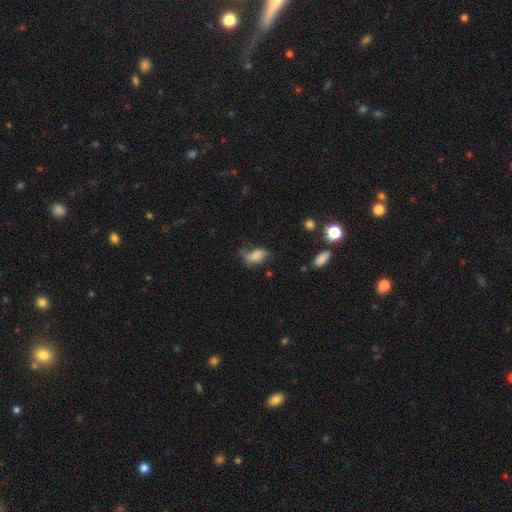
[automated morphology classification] The model was most divided on "merging": major disturbance: 33%, none: 32%, minor disturbance: 31%, merger: 4%. More confident: how rounded — in between (88%); smooth or featured — smooth (59%).